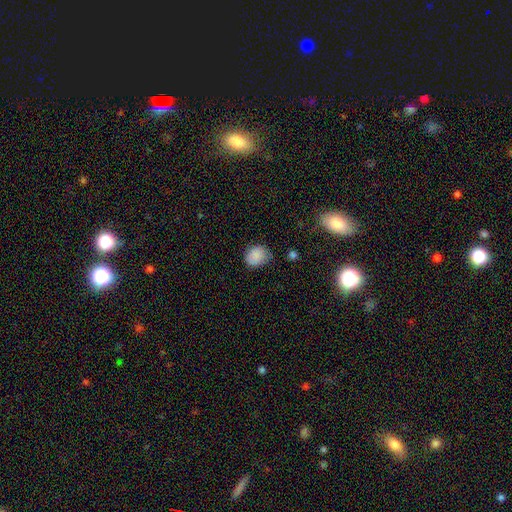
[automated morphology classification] Overall: smooth (86%). How rounded: round (67%; in between 33%). Merging: none (68%).